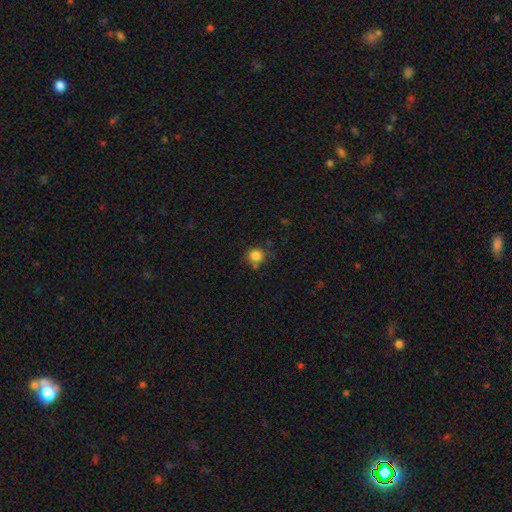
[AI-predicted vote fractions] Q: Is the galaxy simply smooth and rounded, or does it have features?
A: smooth — 84%.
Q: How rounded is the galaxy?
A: round — 89%.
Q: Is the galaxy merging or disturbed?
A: none — 73%.